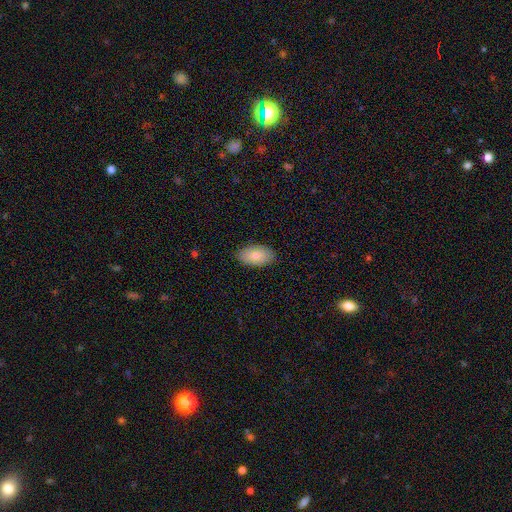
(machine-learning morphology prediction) A smooth galaxy with no disk features (81%) that is in between round and cigar-shaped (94%). Merging: none (88%).